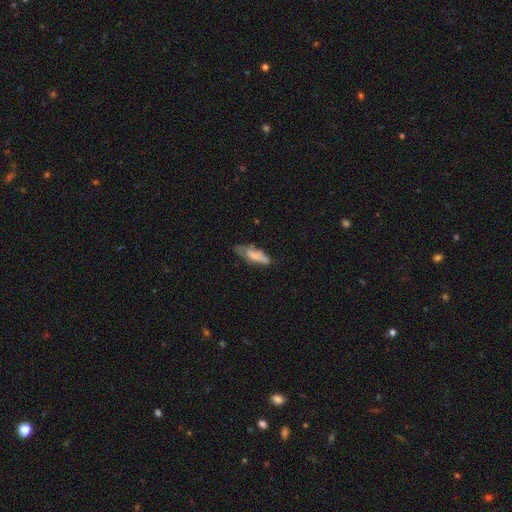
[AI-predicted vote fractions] Overall: smooth (65%; featured or disk 27%). How rounded: cigar-shaped (51%; in between 48%). Merging: none (49%; minor disturbance 32%).